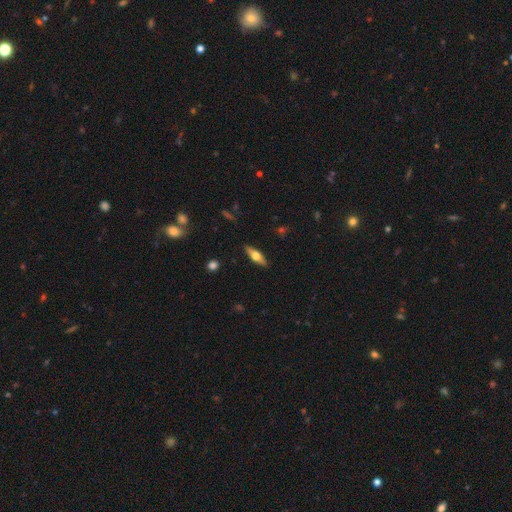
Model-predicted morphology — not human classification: This appears to be a featured or disk galaxy (49%). Merging: none (88%).